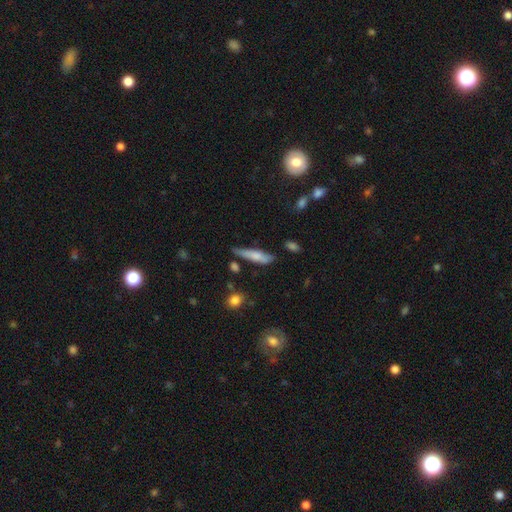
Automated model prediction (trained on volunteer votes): smooth-or-featured: smooth: 68% | featured or disk: 25% | star or artifact: 7%
  how-rounded: cigar-shaped: 73% | in between: 25% | round: 2%
  merging: none: 56% | minor disturbance: 31% | major disturbance: 8% | merger: 5%